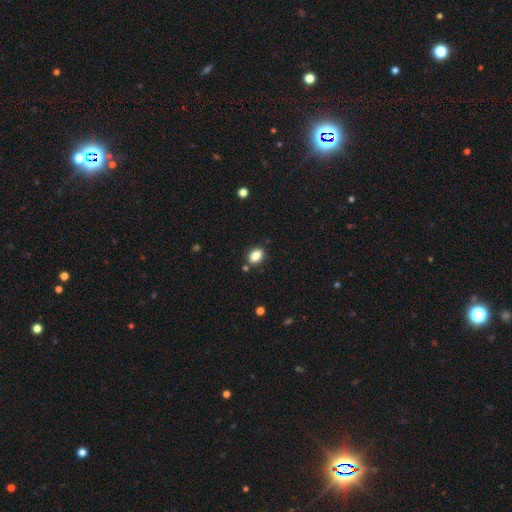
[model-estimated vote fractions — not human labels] Overall: smooth (85%). How rounded: in between (78%). Merging: none (81%).